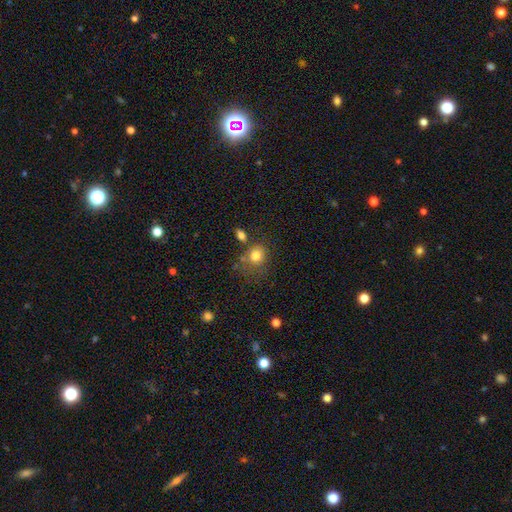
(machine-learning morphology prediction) smooth 79%, star or artifact 12%, featured or disk 10%. Down the decision tree: how rounded — round (70%); merging — none (58%).